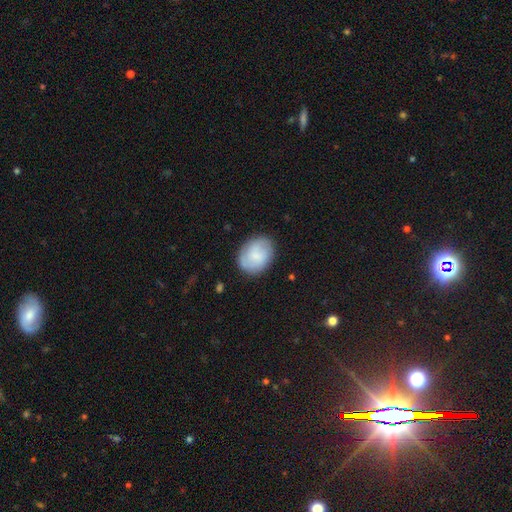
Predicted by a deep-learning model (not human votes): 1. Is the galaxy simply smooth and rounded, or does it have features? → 65% smooth, 28% featured or disk, 7% star or artifact.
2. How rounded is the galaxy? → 53% in between, 47% round, 1% cigar-shaped.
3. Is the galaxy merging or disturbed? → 79% none, 15% minor disturbance, 4% major disturbance, 2% merger.